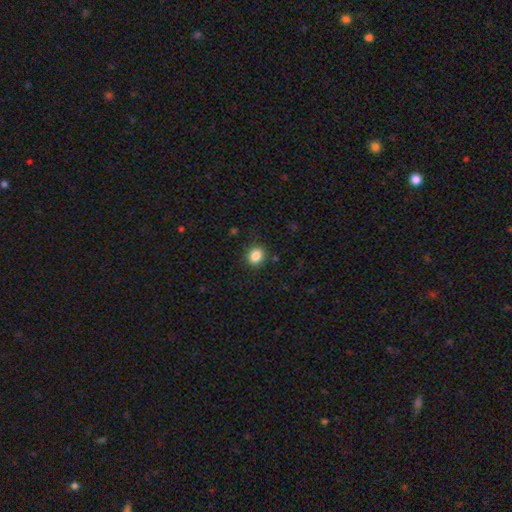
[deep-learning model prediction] Morphology: type=smooth (86%); roundness=round (59%); merging=none (87%).